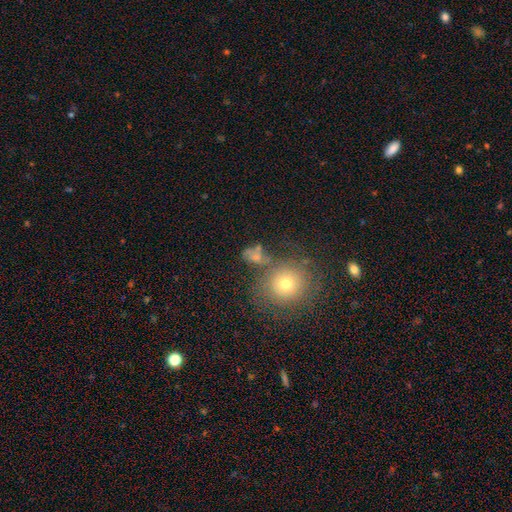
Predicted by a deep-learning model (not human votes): Smooth or featured? smooth (60%)
How rounded? in between (51%)
Merging? none (43%)